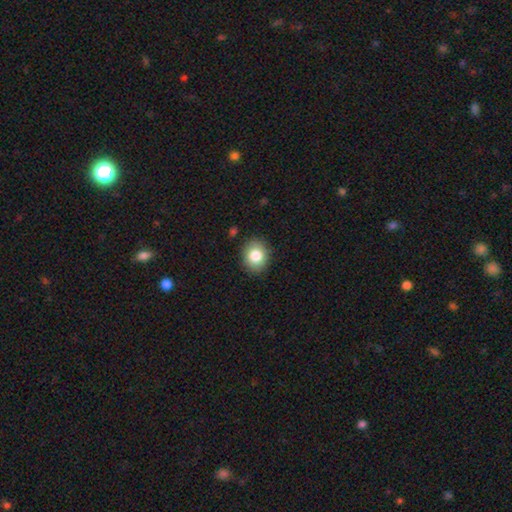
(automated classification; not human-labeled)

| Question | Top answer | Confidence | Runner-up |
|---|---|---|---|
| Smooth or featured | smooth | 82% | star or artifact (9%) |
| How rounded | round | 61% | in between (38%) |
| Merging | none | 88% | minor disturbance (8%) |